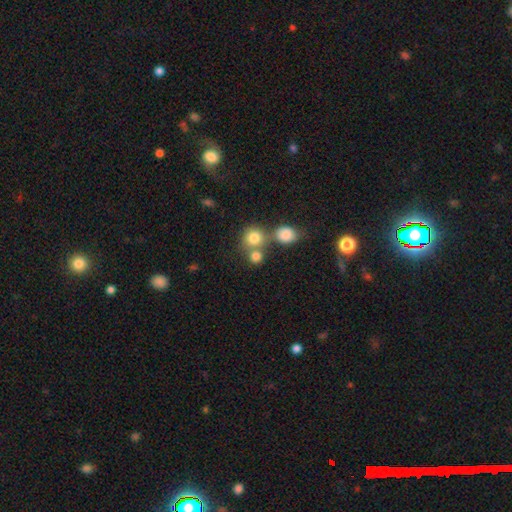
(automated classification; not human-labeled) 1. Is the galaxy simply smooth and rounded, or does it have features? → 79% smooth, 13% star or artifact, 8% featured or disk.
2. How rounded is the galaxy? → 84% round, 15% in between, 1% cigar-shaped.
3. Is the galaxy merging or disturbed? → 54% none, 35% merger, 8% minor disturbance, 4% major disturbance.